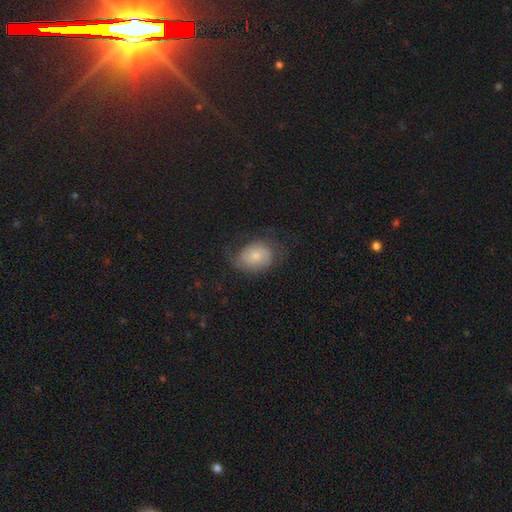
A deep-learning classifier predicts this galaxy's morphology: Overall: smooth (49%; featured or disk 42%). Merging: none (55%; minor disturbance 27%).